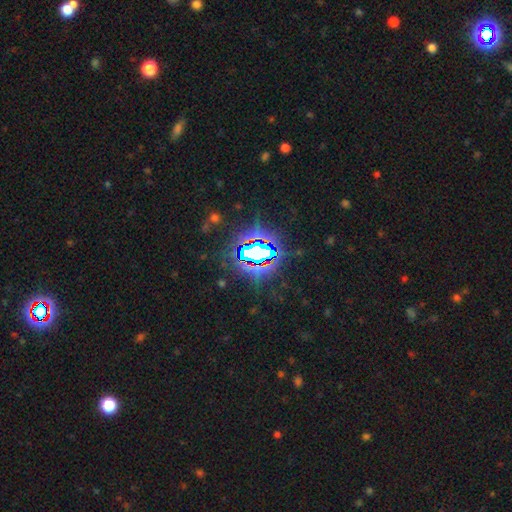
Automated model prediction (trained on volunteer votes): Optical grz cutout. It shows a star or artifact, not a galaxy (79%).